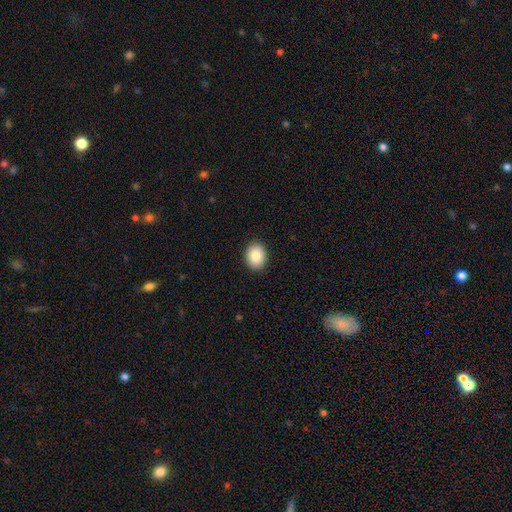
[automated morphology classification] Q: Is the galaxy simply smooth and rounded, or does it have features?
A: smooth — 87%.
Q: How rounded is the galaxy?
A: in between — 51%.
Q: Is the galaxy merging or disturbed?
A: none — 91%.